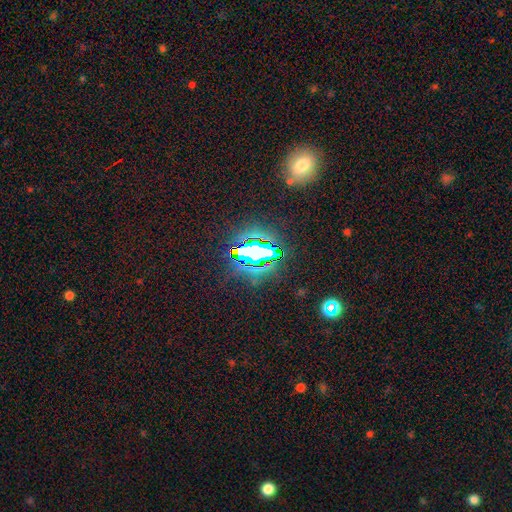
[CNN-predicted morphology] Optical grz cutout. It shows a star or artifact, not a galaxy (79%).